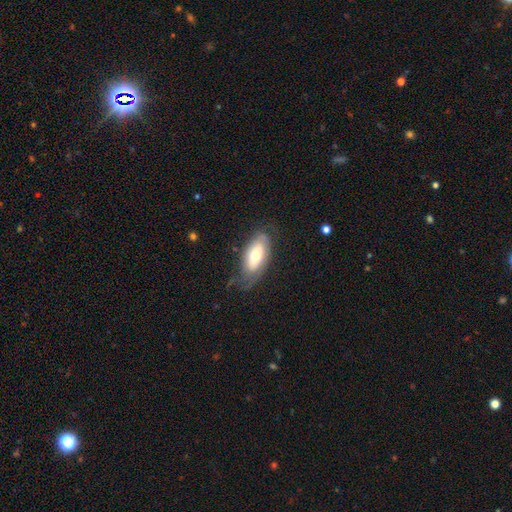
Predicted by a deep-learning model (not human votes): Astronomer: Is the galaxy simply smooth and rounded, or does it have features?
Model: smooth — 52% (runner-up: featured or disk, 42%).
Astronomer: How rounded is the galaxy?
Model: in between — 89%.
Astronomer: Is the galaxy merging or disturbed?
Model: none — 60%.